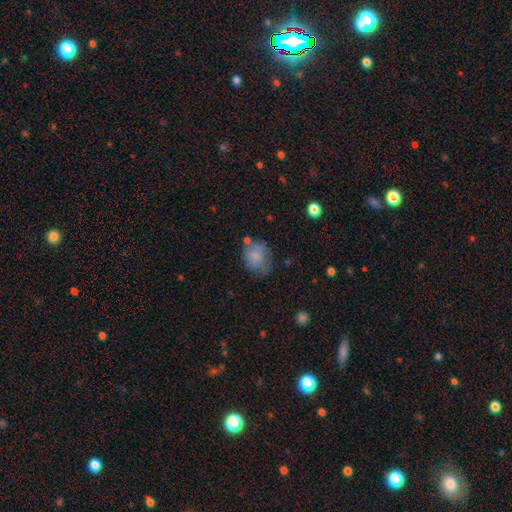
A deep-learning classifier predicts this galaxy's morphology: A smooth galaxy with no disk features (71%) that is round (56%).

Vote fractions:
- Smooth or featured? smooth: 71% / featured or disk: 20% / star or artifact: 10%
- How rounded? round: 56% / in between: 43% / cigar-shaped: 1%
- Merging? none: 50% / minor disturbance: 29% / major disturbance: 17% / merger: 5%